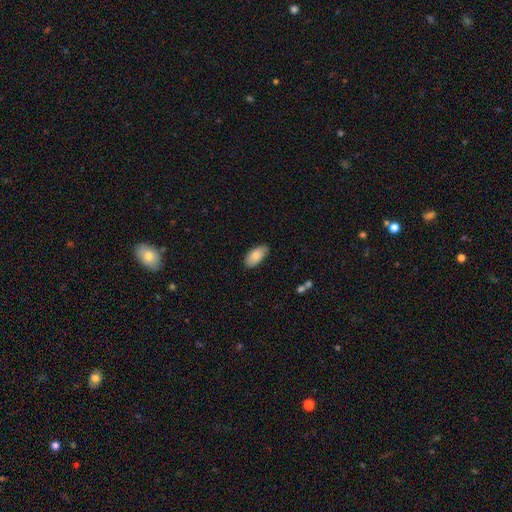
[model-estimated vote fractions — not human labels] Smooth or featured: smooth — 83% (featured or disk — 11%)
How rounded: in between — 94% (cigar-shaped — 4%)
Merging: none — 82% (minor disturbance — 14%)